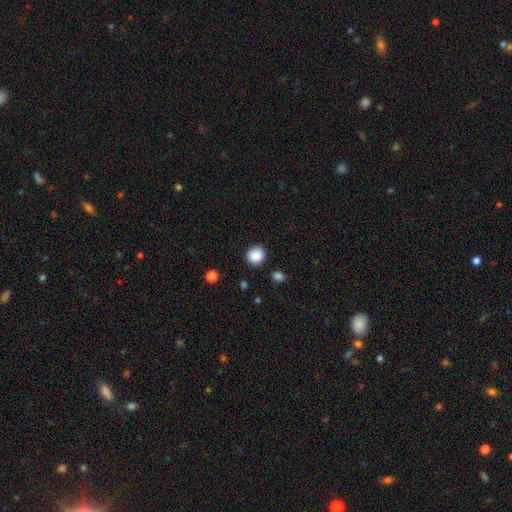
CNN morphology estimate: smooth 88%, star or artifact 9%, featured or disk 3%. Down the decision tree: how rounded — round (87%); merging — none (89%).